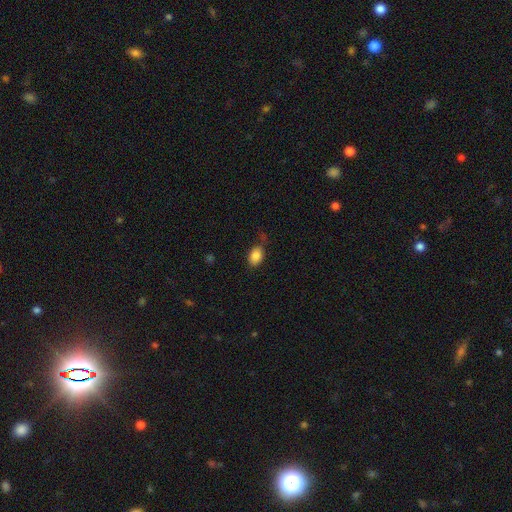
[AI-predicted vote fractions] smooth 86%, star or artifact 9%, featured or disk 6%. Down the decision tree: how rounded — in between (81%); merging — none (71%).